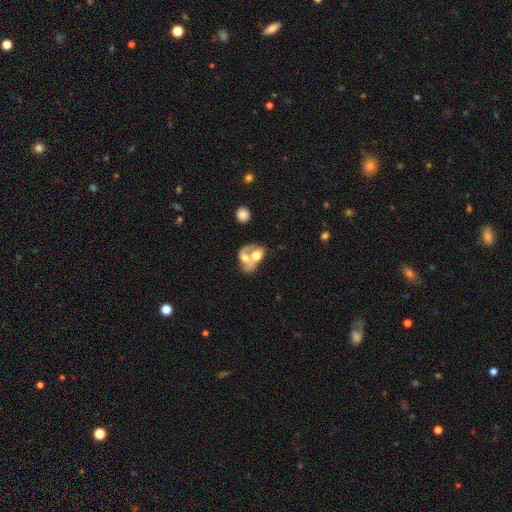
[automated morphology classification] The model was most divided on "smooth or featured": featured or disk: 51%, smooth: 40%, star or artifact: 9%. More confident: edge-on disk — no (96%); merging — merger (71%).